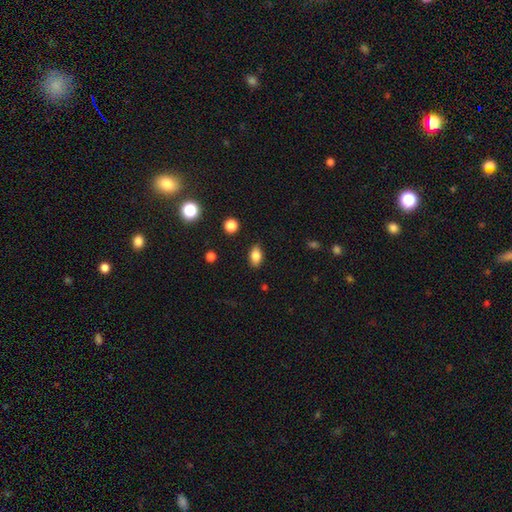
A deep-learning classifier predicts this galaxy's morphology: This appears to be a smooth galaxy with no disk features (83%) that is in between round and cigar-shaped (86%). Merging: none (85%).